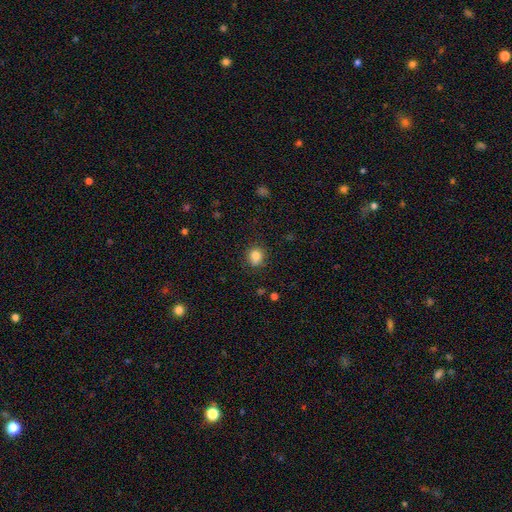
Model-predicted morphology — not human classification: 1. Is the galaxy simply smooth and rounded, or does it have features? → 80% smooth, 12% star or artifact, 8% featured or disk.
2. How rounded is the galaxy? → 76% round, 23% in between, 1% cigar-shaped.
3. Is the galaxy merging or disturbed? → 76% none, 16% minor disturbance, 4% merger, 4% major disturbance.